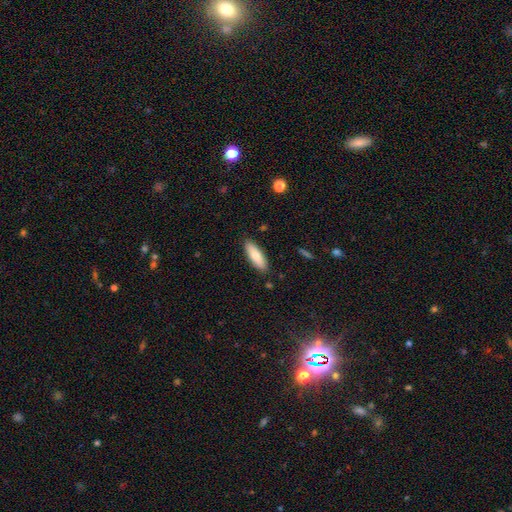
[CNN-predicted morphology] Smooth or featured?
  - smooth: 79% *
  - featured or disk: 15%
  - star or artifact: 6%
How rounded?
  - in between: 57% *
  - cigar-shaped: 41%
  - round: 2%
Merging?
  - none: 88% *
  - minor disturbance: 9%
  - major disturbance: 2%
  - merger: 1%